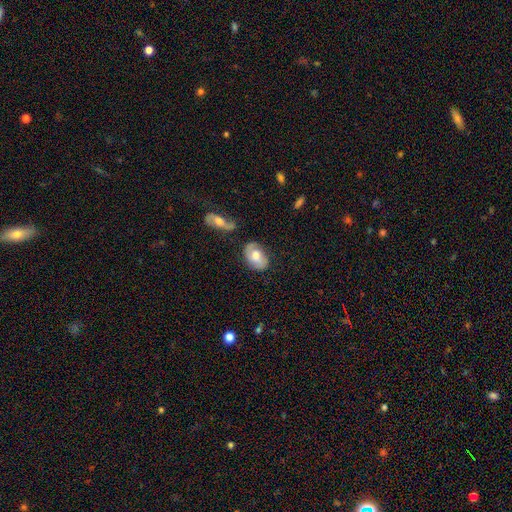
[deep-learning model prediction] A smooth galaxy with no disk features (51%) that is in between round and cigar-shaped (87%). Merging: none (66%).